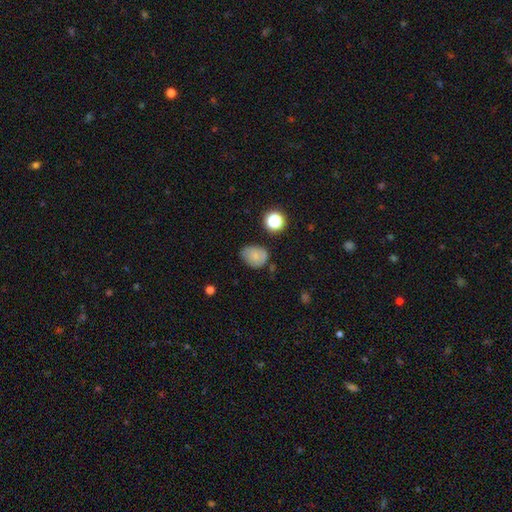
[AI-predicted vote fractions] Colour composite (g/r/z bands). It shows a smooth galaxy with no disk features (69%) that is in between round and cigar-shaped (51%). Merging: none (65%).